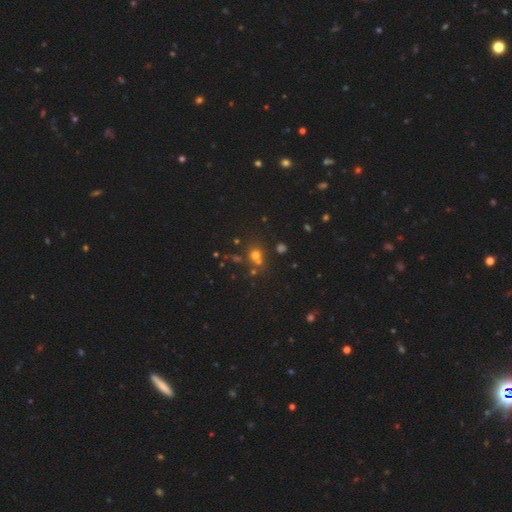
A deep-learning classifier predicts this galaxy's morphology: A smooth galaxy with no disk features (62%) that is round (82%). Merging: none (60%).